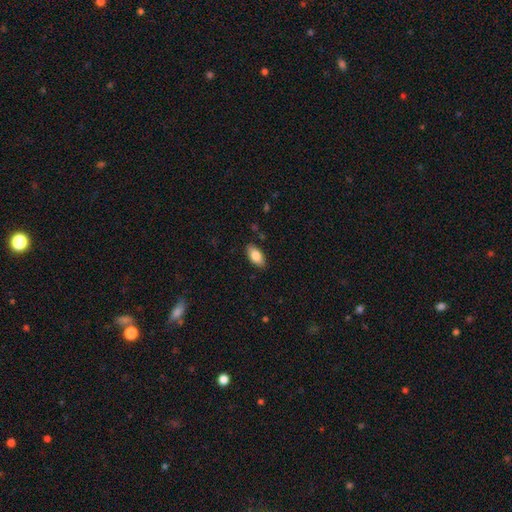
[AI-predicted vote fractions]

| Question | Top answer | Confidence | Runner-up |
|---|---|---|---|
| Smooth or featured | smooth | 83% | featured or disk (11%) |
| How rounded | in between | 92% | cigar-shaped (5%) |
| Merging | none | 87% | minor disturbance (10%) |